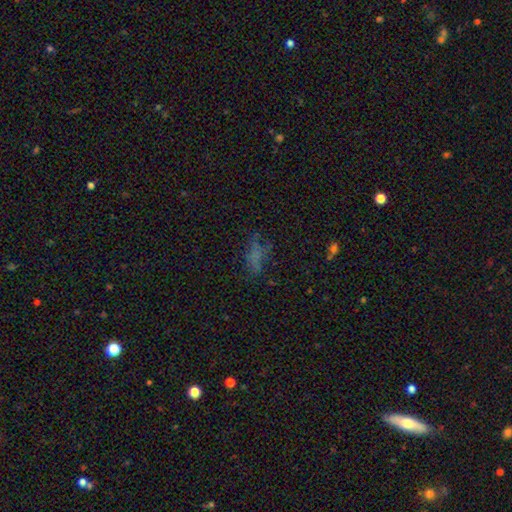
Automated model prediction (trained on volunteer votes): A smooth galaxy with no disk features (50%).

Vote fractions:
- Smooth or featured? smooth: 50% / star or artifact: 28% / featured or disk: 22%
- Merging? none: 57% / minor disturbance: 20% / major disturbance: 18% / merger: 4%